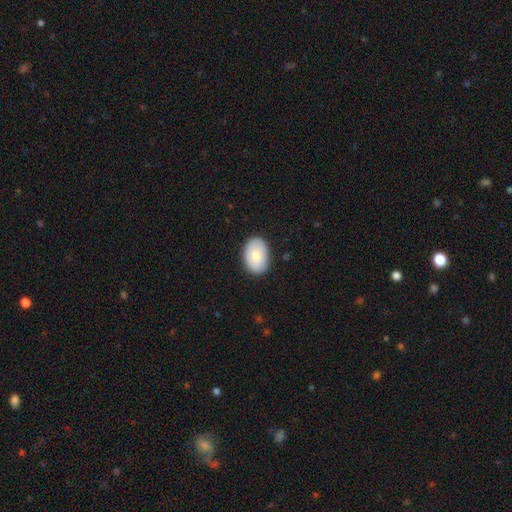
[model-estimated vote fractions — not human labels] smooth 75%, featured or disk 18%, star or artifact 6%. Down the decision tree: how rounded — in between (83%); merging — none (86%).